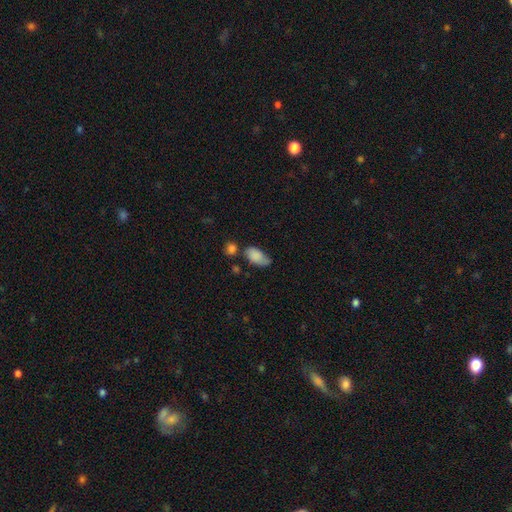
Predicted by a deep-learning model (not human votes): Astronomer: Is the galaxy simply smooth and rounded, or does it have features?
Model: smooth — 81%.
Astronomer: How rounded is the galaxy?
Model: in between — 91%.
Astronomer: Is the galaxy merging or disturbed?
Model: none — 42% (runner-up: minor disturbance, 34%).